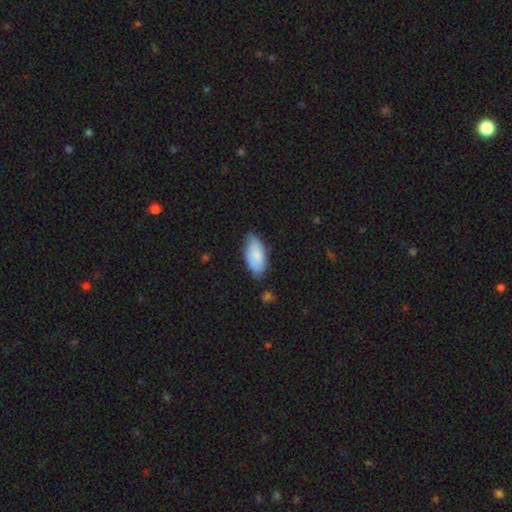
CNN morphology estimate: Q: Smooth or featured?
A: smooth (80%); runner-up: featured or disk (14%)
Q: How rounded?
A: in between (93%); runner-up: cigar-shaped (5%)
Q: Merging?
A: none (66%); runner-up: minor disturbance (28%)